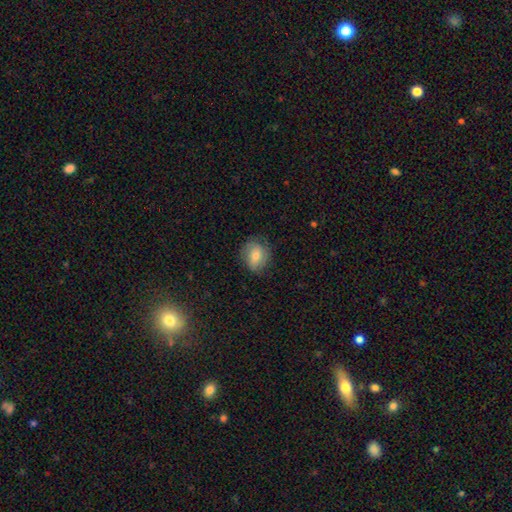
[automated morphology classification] Smooth or featured? Predicted: smooth (p=0.70). How rounded? Predicted: round (p=0.54). Merging? Predicted: none (p=0.75).